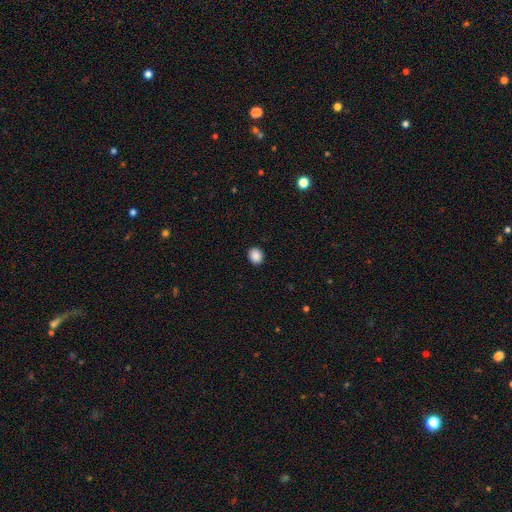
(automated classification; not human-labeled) Smooth or featured? smooth (89%)
How rounded? round (67%)
Merging? none (91%)